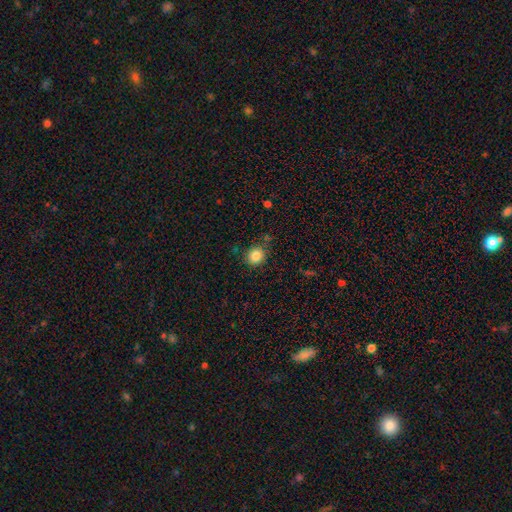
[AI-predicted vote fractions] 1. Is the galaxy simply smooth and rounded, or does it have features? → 85% smooth, 10% star or artifact, 5% featured or disk.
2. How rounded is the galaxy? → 77% round, 22% in between, 1% cigar-shaped.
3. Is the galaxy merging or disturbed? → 82% none, 12% minor disturbance, 3% merger, 3% major disturbance.